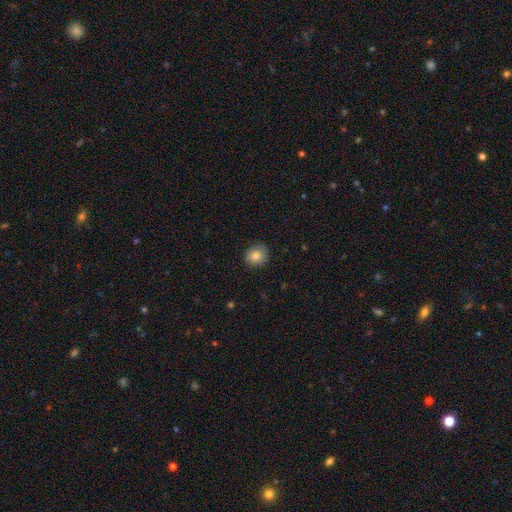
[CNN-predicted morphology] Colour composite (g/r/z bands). It shows a smooth galaxy with no disk features (83%) that is round (85%). Merging: none (84%).